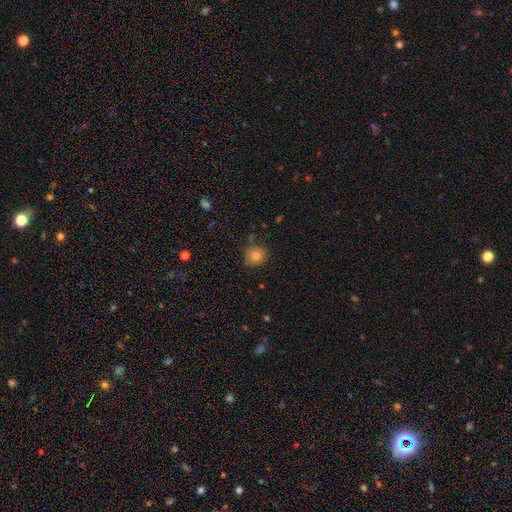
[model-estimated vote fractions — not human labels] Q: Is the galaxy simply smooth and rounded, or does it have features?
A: smooth — 80%.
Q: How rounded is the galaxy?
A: round — 90%.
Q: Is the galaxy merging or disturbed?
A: none — 83%.